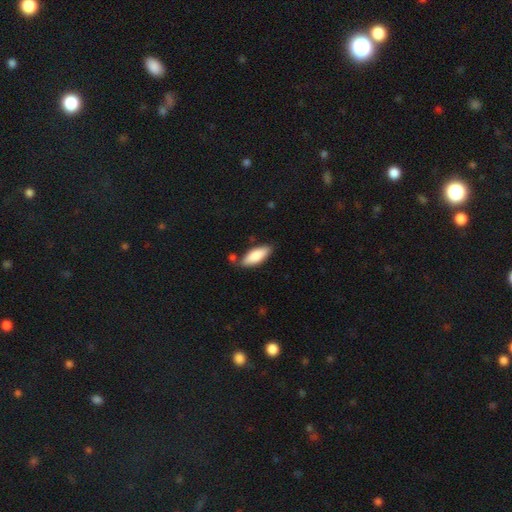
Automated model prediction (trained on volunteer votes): Morphology: type=smooth (83%); roundness=in between (74%); merging=none (78%).